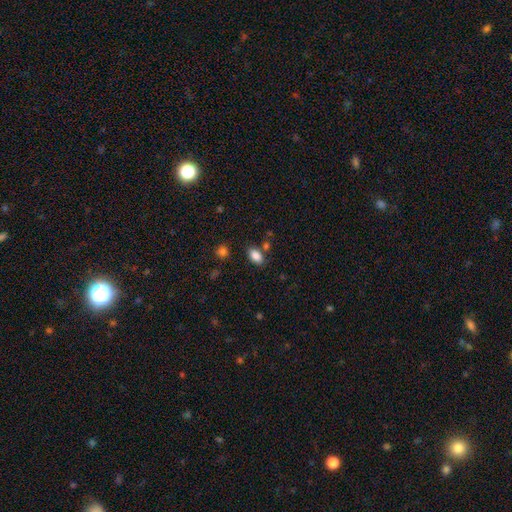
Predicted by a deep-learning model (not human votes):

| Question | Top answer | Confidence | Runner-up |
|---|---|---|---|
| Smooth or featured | smooth | 86% | star or artifact (9%) |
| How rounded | in between | 90% | round (8%) |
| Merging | none | 78% | minor disturbance (12%) |